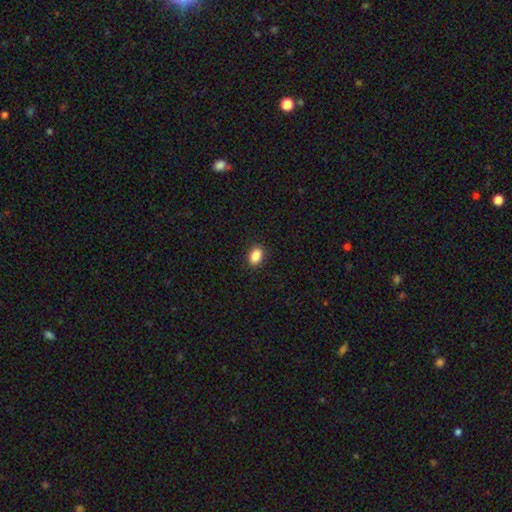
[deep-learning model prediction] Smooth or featured?
  - smooth: 88% *
  - star or artifact: 8%
  - featured or disk: 3%
How rounded?
  - in between: 84% *
  - round: 14%
  - cigar-shaped: 2%
Merging?
  - none: 90% *
  - minor disturbance: 7%
  - major disturbance: 2%
  - merger: 1%